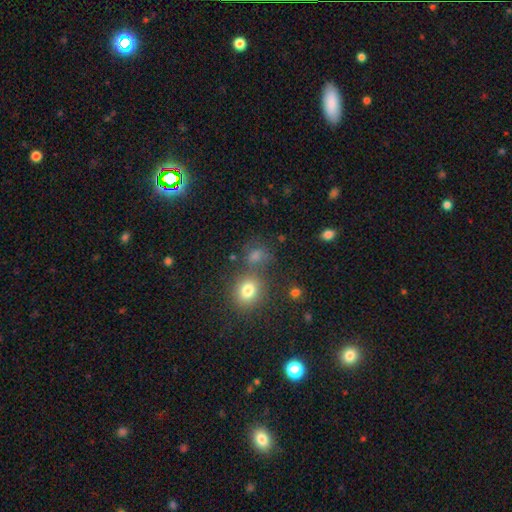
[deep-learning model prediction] Morphology: type=smooth (65%); roundness=round (64%); merging=none (62%).